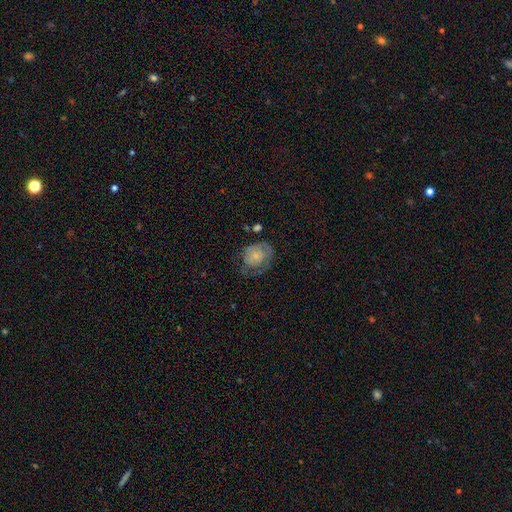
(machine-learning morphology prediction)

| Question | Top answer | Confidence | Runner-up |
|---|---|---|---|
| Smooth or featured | smooth | 52% | featured or disk (40%) |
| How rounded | in between | 52% | round (47%) |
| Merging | none | 41% | minor disturbance (30%) |